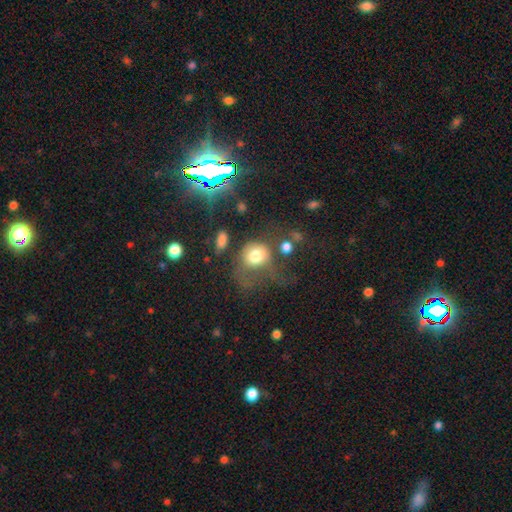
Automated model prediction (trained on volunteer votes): Smooth or featured? Predicted: smooth (p=0.70). How rounded? Predicted: round (p=0.67). Merging? Predicted: major disturbance (p=0.43).